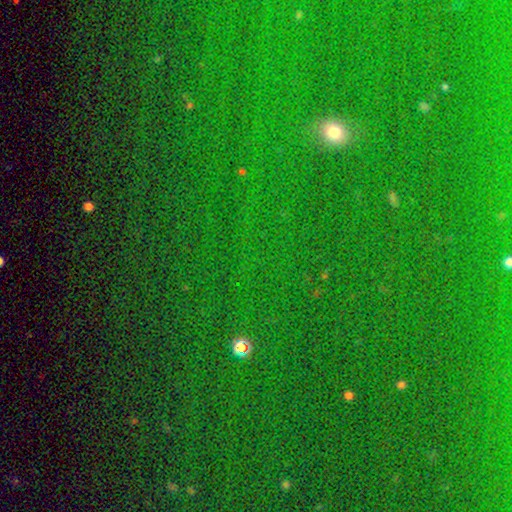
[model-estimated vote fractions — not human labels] Q: Smooth or featured?
A: star or artifact (75%); runner-up: smooth (16%)